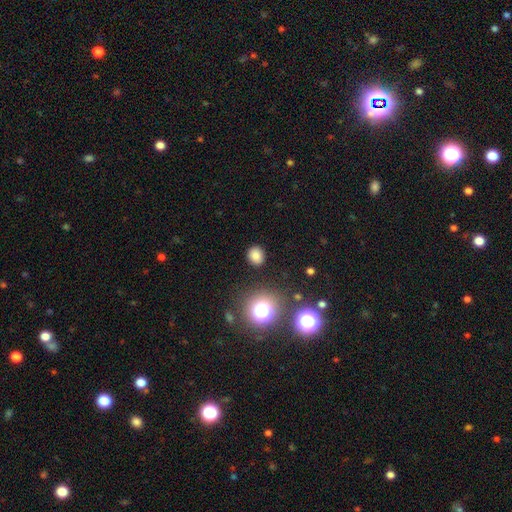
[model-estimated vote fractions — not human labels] A smooth galaxy with no disk features (79%) that is round (77%).

Vote fractions:
- Smooth or featured? smooth: 79% / star or artifact: 16% / featured or disk: 6%
- How rounded? round: 77% / in between: 22% / cigar-shaped: 1%
- Merging? none: 88% / minor disturbance: 8% / major disturbance: 3% / merger: 2%